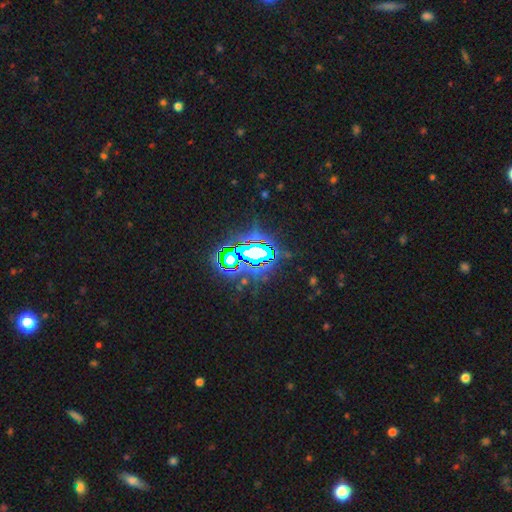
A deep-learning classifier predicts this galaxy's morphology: This appears to be a star or artifact, not a galaxy (79%).